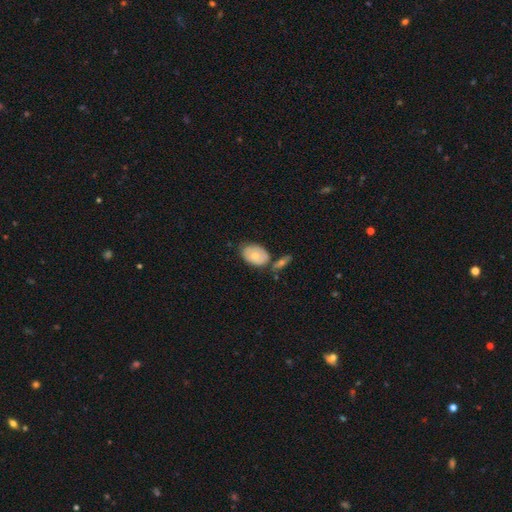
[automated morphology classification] smooth_or_featured: smooth (p=0.64) [alt: featured or disk p=0.30]
how_rounded: in between (p=0.85) [alt: round p=0.14]
merging: none (p=0.55) [alt: minor disturbance p=0.21]